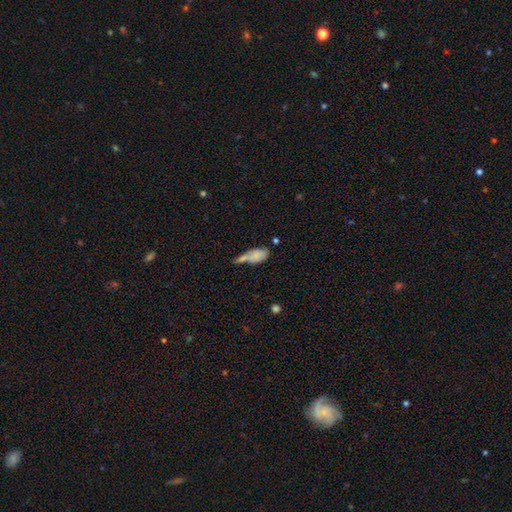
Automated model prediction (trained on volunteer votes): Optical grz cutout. It shows a smooth galaxy with no disk features (73%) that is in between round and cigar-shaped (84%). Merging: merger (42%).